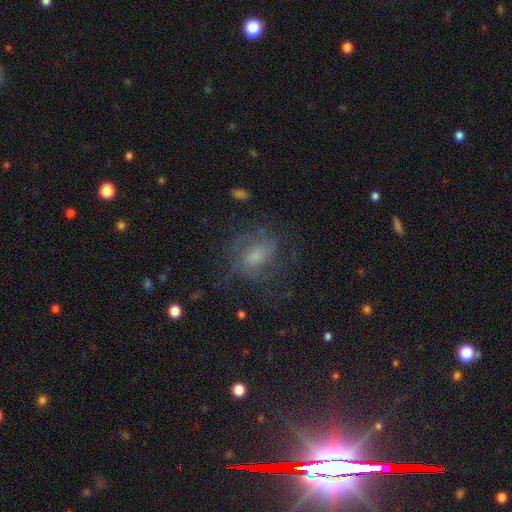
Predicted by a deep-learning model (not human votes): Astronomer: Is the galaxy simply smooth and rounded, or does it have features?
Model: featured or disk — 49% (runner-up: smooth, 37%).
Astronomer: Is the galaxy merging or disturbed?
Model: none — 56%.